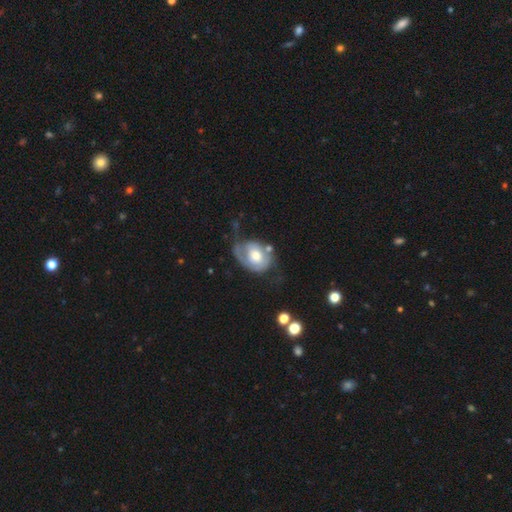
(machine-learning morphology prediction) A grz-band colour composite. It shows a featured or disk galaxy (60%) with no bar (75%), spiral arms (68%) and a moderate central bulge (62%). Merging: major disturbance (34%).